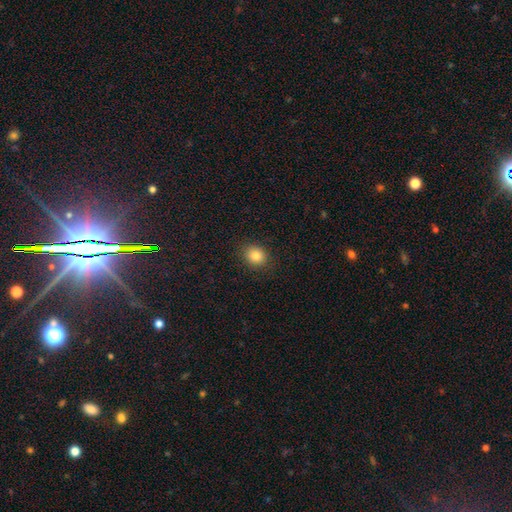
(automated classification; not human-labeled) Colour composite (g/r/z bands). It shows a smooth galaxy with no disk features (84%) that is round (68%). Merging: none (89%).